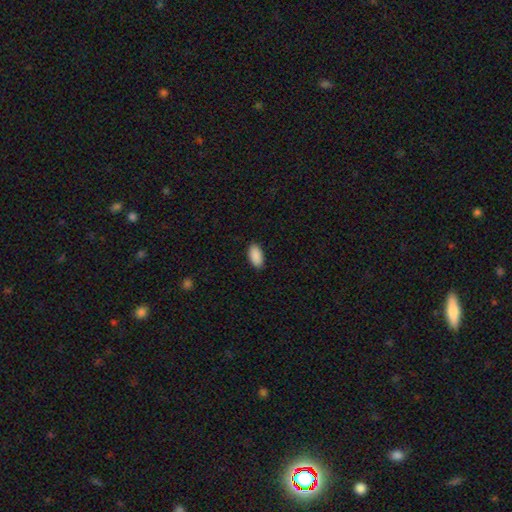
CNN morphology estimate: A smooth galaxy with no disk features (91%) that is in between round and cigar-shaped (94%).

Vote fractions:
- Smooth or featured? smooth: 91% / star or artifact: 7% / featured or disk: 3%
- How rounded? in between: 94% / cigar-shaped: 3% / round: 2%
- Merging? none: 90% / minor disturbance: 8% / major disturbance: 2% / merger: 1%